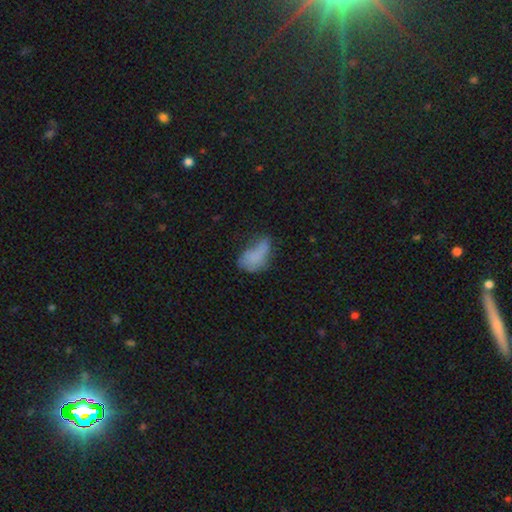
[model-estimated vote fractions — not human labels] Smooth or featured? smooth (67%)
How rounded? in between (88%)
Merging? major disturbance (35%)